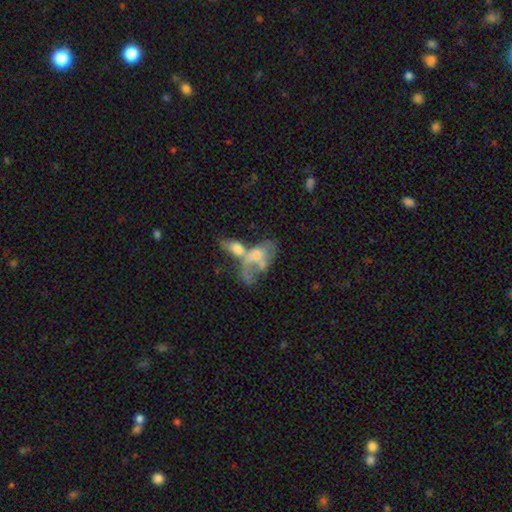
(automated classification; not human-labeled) Smooth or featured: featured or disk — 48% (smooth — 40%)
Merging: merger — 61% (major disturbance — 18%)